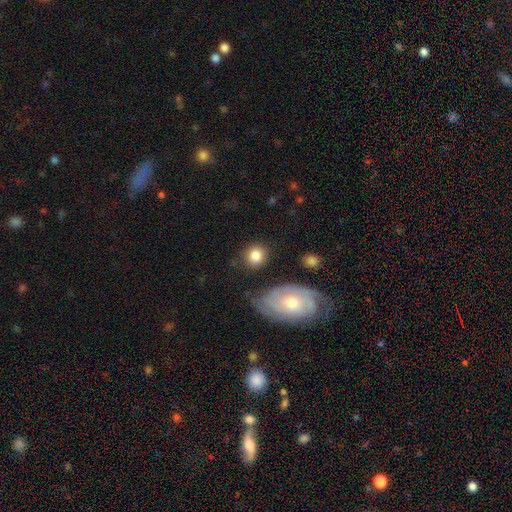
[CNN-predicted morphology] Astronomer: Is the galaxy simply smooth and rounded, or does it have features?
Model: smooth — 84%.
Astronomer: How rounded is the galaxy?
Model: round — 79%.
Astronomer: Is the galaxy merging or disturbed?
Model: none — 75%.